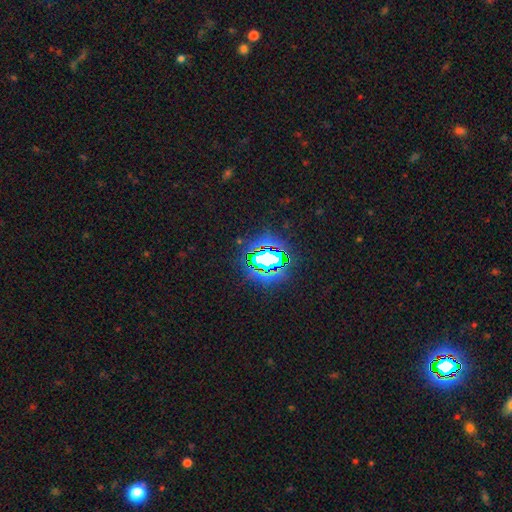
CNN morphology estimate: type=star or artifact (82%).